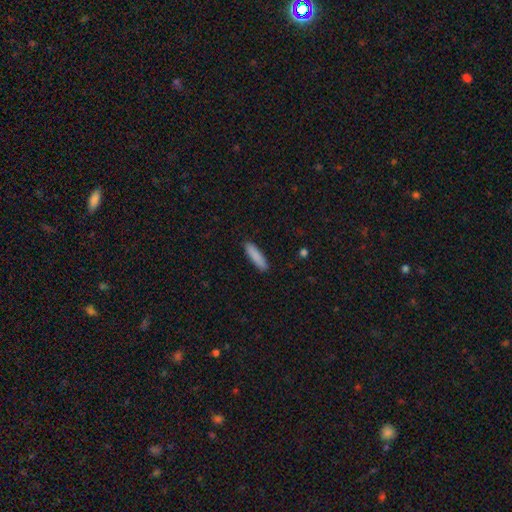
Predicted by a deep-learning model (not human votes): The model was most divided on "how rounded": cigar-shaped: 74%, in between: 25%, round: 1%. More confident: merging — none (90%); smooth or featured — smooth (87%).